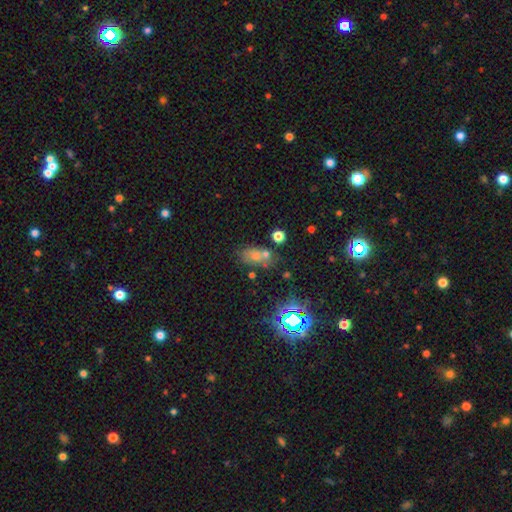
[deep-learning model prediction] smooth 52%, star or artifact 32%, featured or disk 16%. Down the decision tree: how rounded — in between (72%); merging — none (52%).